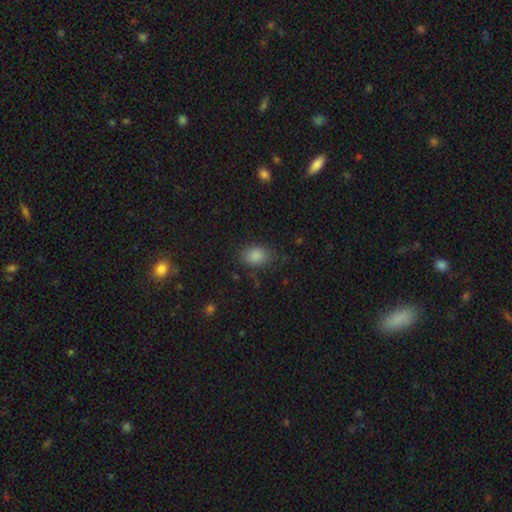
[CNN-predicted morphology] This appears to be a smooth galaxy with no disk features (86%) that is in between round and cigar-shaped (72%). Merging: none (77%).